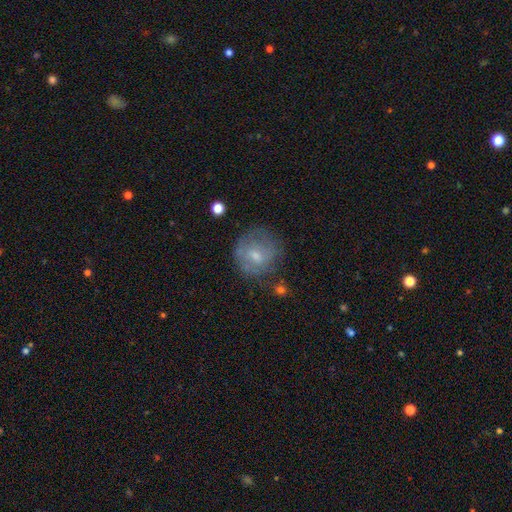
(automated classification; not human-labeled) Smooth or featured?
  - smooth: 51% *
  - featured or disk: 40%
  - star or artifact: 9%
How rounded?
  - round: 82% *
  - in between: 17%
  - cigar-shaped: 1%
Merging?
  - none: 62% *
  - minor disturbance: 23%
  - major disturbance: 13%
  - merger: 3%